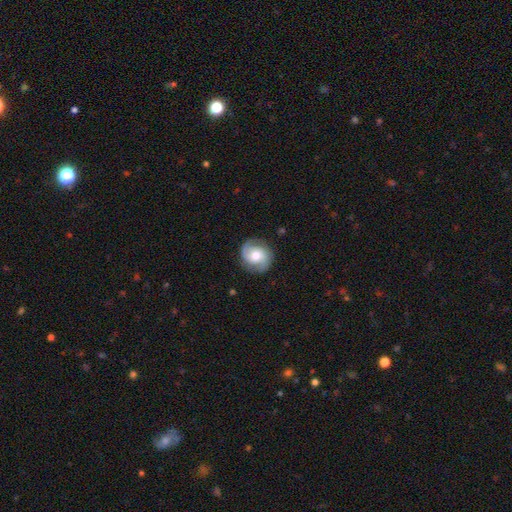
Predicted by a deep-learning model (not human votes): This appears to be a featured or disk galaxy (73%) with no bar (59%), 2 (87%) medium (45%) spiral arms (94%) and a moderate central bulge (66%). Merging: none (83%).